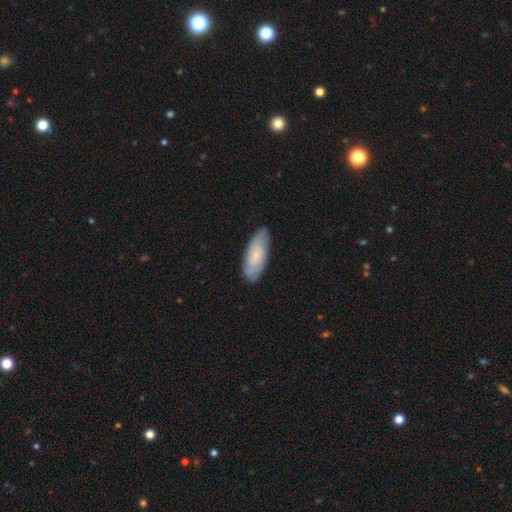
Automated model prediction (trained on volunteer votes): Morphology: type=featured or disk (51%); edge-on=no (87%); merging=none (82%).